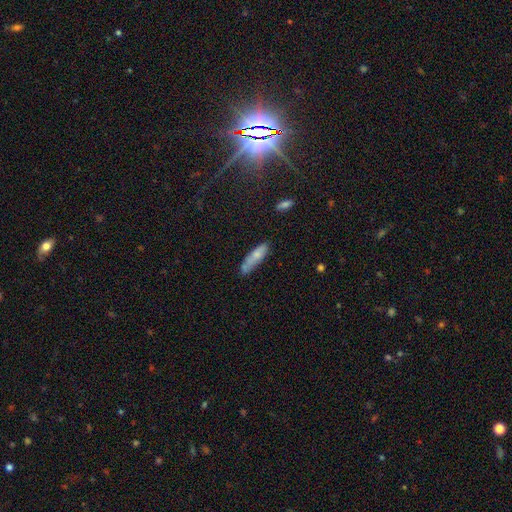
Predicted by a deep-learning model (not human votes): Smooth or featured? smooth (69%)
How rounded? cigar-shaped (70%)
Merging? none (62%)